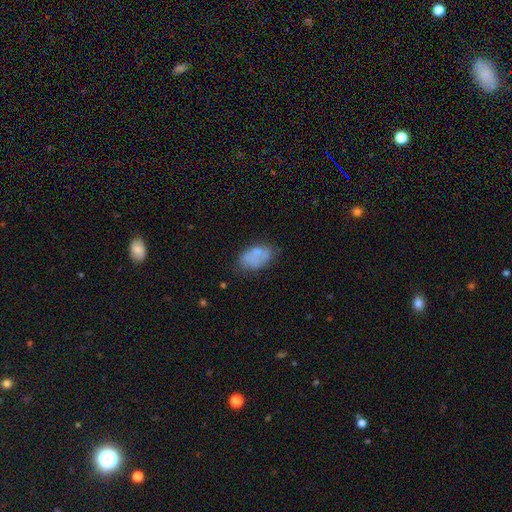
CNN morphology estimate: This appears to be a smooth galaxy with no disk features (66%) that is in between round and cigar-shaped (90%). Merging: none (50%).